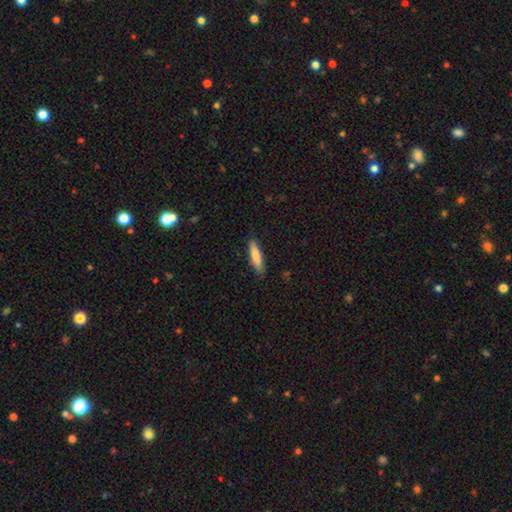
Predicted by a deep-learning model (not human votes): This is likely a smooth galaxy (80%). How rounded: likely cigar-shaped (78%). Merging: clearly none (84%).